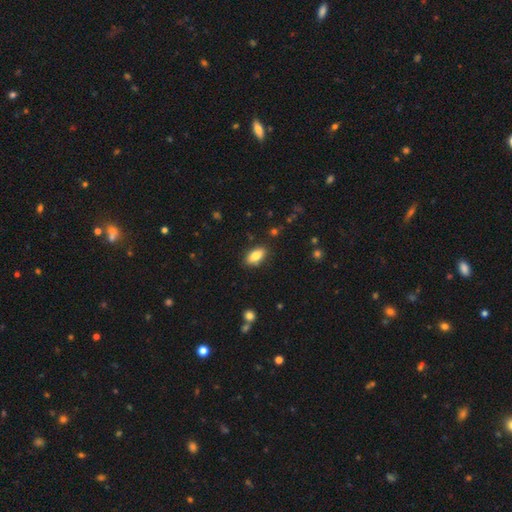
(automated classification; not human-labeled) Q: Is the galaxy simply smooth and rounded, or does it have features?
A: smooth — 84%.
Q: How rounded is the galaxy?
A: in between — 89%.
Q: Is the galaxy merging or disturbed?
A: none — 86%.